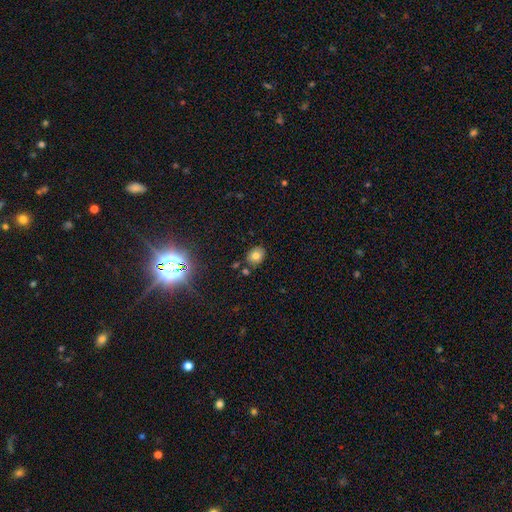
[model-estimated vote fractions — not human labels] Smooth or featured? Predicted: smooth (p=0.77). How rounded? Predicted: round (p=0.52). Merging? Predicted: none (p=0.80).